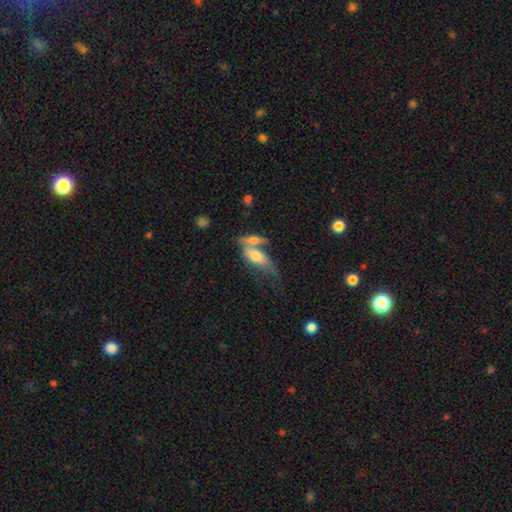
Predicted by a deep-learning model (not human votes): Q: Smooth or featured?
A: smooth (56%); runner-up: featured or disk (37%)
Q: How rounded?
A: in between (72%); runner-up: cigar-shaped (24%)
Q: Merging?
A: merger (49%); runner-up: none (23%)